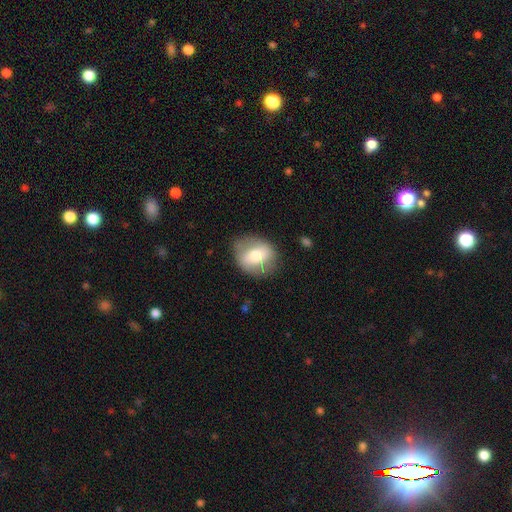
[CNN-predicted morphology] Smooth or featured? Predicted: smooth (p=0.56). How rounded? Predicted: round (p=0.55). Merging? Predicted: none (p=0.74).